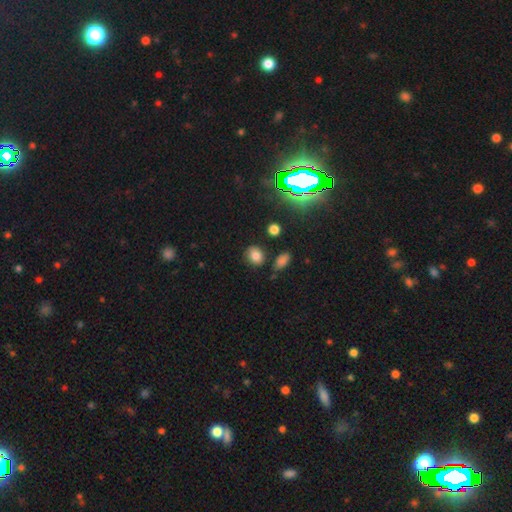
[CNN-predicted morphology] Overall: smooth (78%). How rounded: round (56%; in between 43%). Merging: none (80%).